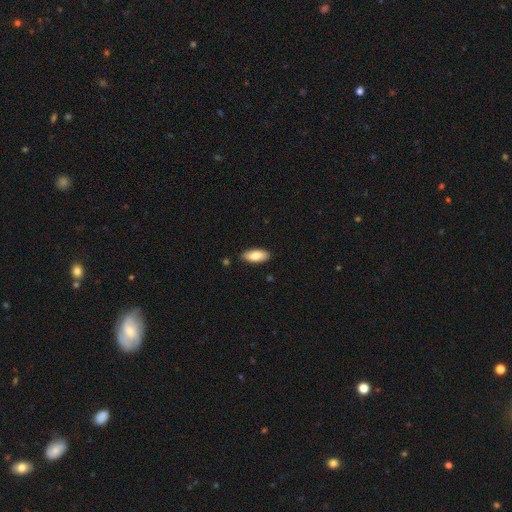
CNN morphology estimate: smooth 83%, featured or disk 11%, star or artifact 6%. Down the decision tree: how rounded — in between (87%); merging — none (87%).